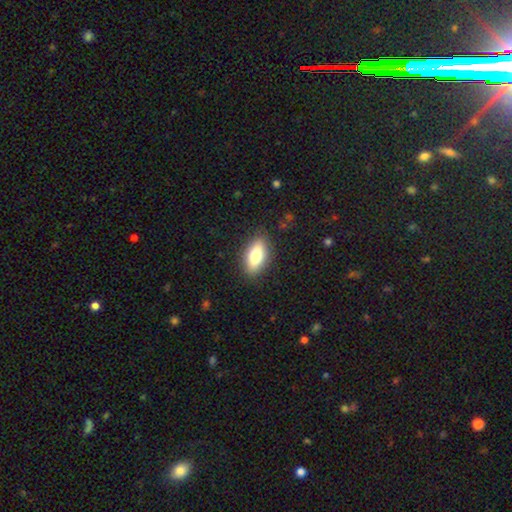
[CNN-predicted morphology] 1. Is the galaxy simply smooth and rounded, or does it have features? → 78% smooth, 15% featured or disk, 7% star or artifact.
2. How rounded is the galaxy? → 84% in between, 12% cigar-shaped, 3% round.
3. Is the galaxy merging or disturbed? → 86% none, 10% minor disturbance, 3% major disturbance, 1% merger.